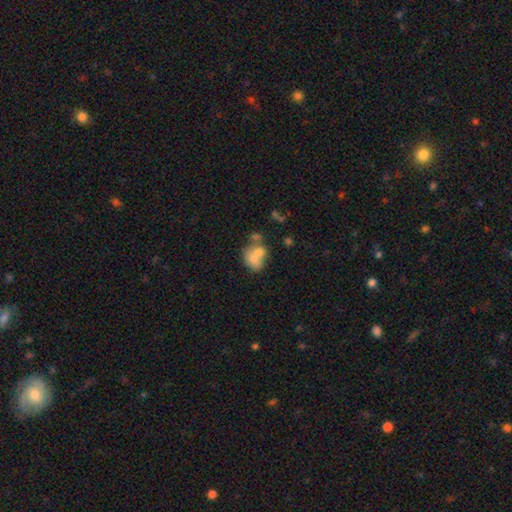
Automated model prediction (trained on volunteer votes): Overall: smooth (67%). How rounded: in between (62%; round 37%). Merging: merger (55%; none 24%).